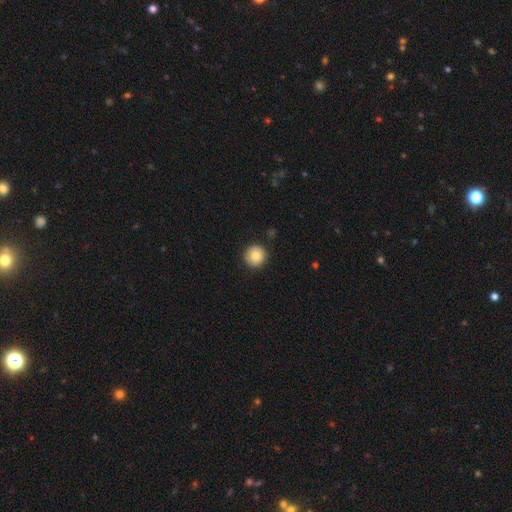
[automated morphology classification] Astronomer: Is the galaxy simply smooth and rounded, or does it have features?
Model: smooth — 82%.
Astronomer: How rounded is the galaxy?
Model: round — 95%.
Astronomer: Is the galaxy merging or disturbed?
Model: none — 90%.